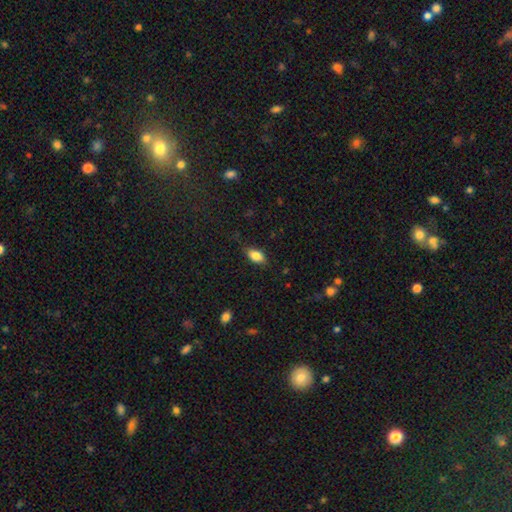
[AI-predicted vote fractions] This is clearly a smooth galaxy (82%). How rounded: clearly in between (88%). Merging: likely none (80%).